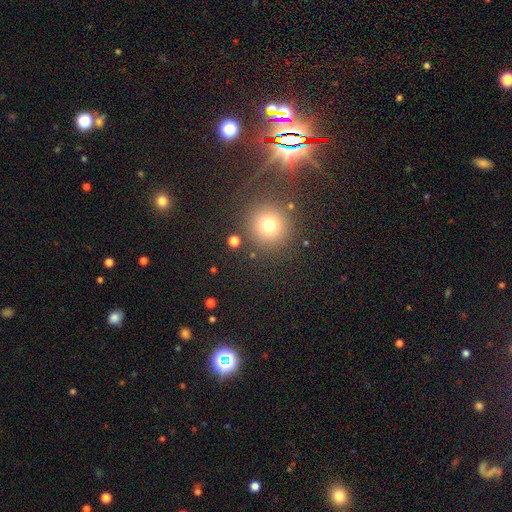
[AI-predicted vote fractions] Morphology: type=star or artifact (55%).